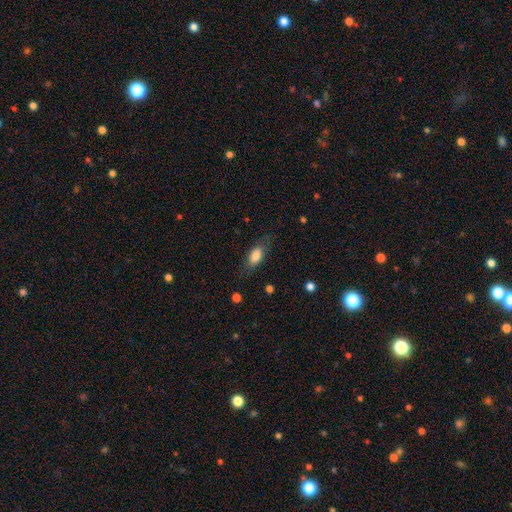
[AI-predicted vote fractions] This appears to be a smooth galaxy with no disk features (76%) that is in between round and cigar-shaped (83%). Merging: none (70%).